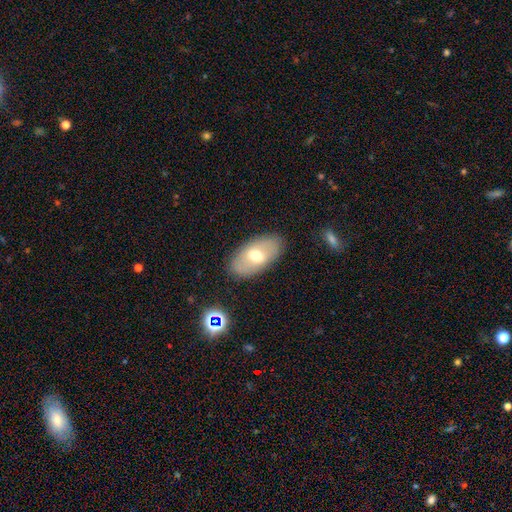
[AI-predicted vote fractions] Morphology: type=smooth (59%); roundness=in between (93%); merging=none (84%).